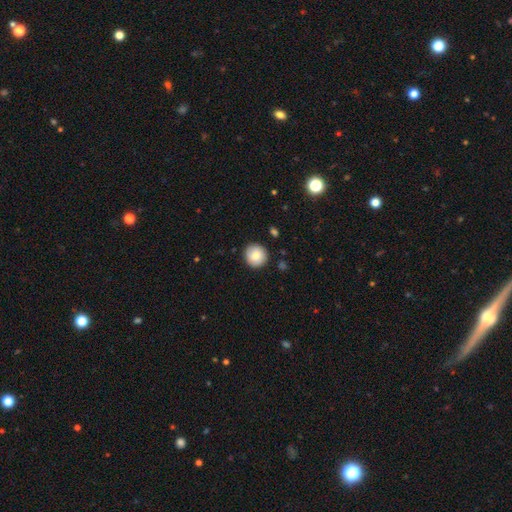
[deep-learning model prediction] This is clearly a smooth galaxy (81%). How rounded: clearly round (93%). Merging: clearly none (89%).